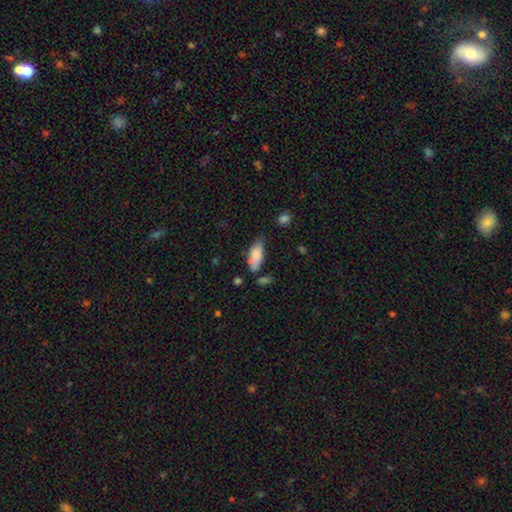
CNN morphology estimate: smooth-or-featured: smooth: 81% | featured or disk: 12% | star or artifact: 7%
  how-rounded: in between: 83% | cigar-shaped: 15% | round: 2%
  merging: none: 52% | minor disturbance: 30% | merger: 10% | major disturbance: 8%